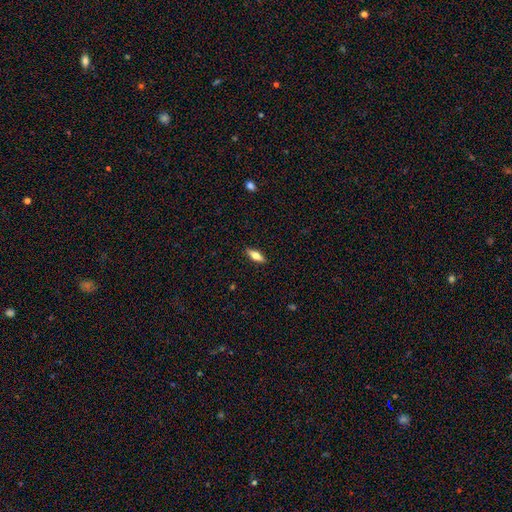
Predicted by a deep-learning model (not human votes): Morphology: type=smooth (62%); roundness=in between (59%); merging=none (90%).